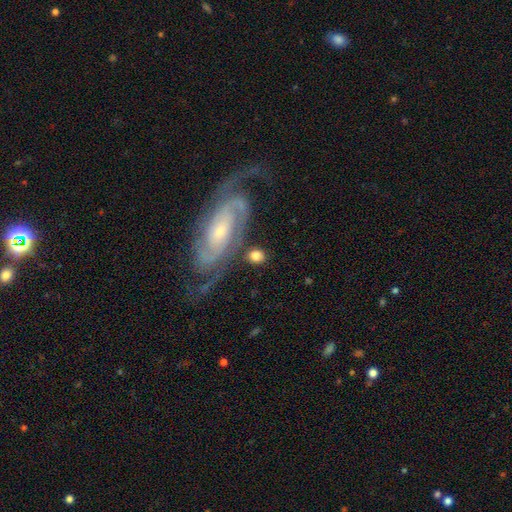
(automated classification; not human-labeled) A smooth galaxy with no disk features (68%) that is round (58%). Merging: none (72%).